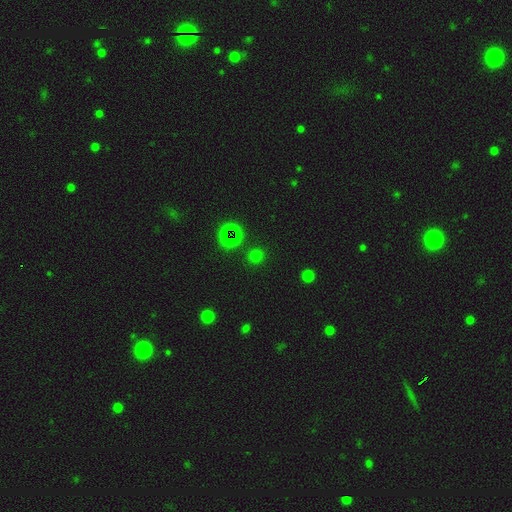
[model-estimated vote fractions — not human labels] The model was most divided on "smooth or featured": smooth: 64%, star or artifact: 31%, featured or disk: 5%. More confident: how rounded — round (92%); merging — none (88%).